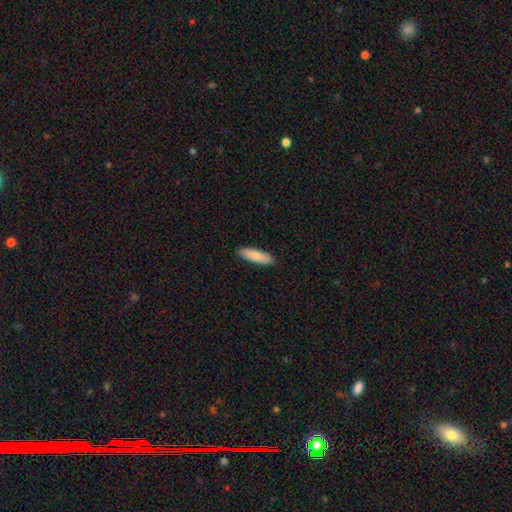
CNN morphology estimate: A smooth galaxy with no disk features (85%) that is cigar-shaped (58%). Merging: none (90%).